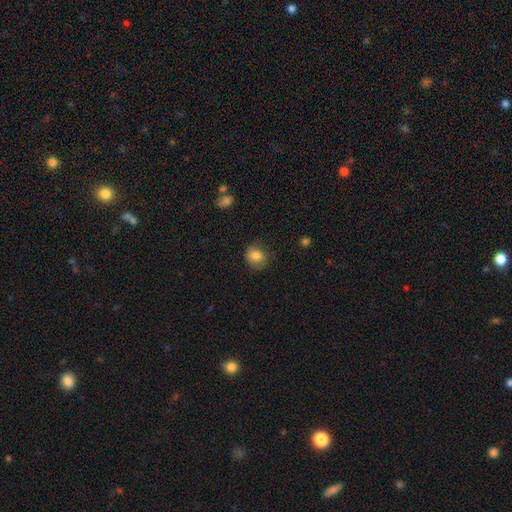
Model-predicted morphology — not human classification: Smooth or featured? Predicted: smooth (p=0.82). How rounded? Predicted: round (p=0.70). Merging? Predicted: none (p=0.72).